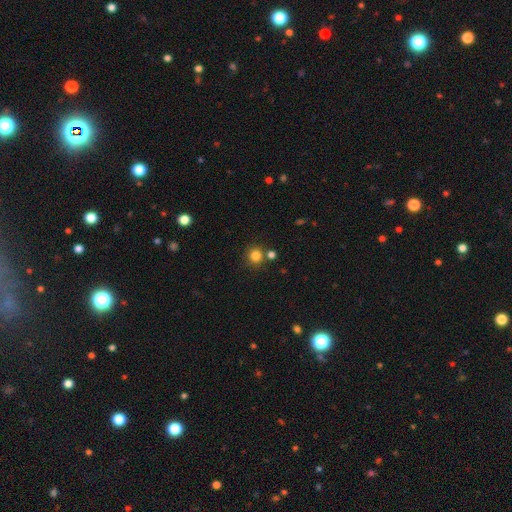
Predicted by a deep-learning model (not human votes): Smooth or featured? Predicted: smooth (p=0.82). How rounded? Predicted: round (p=0.93). Merging? Predicted: none (p=0.78).